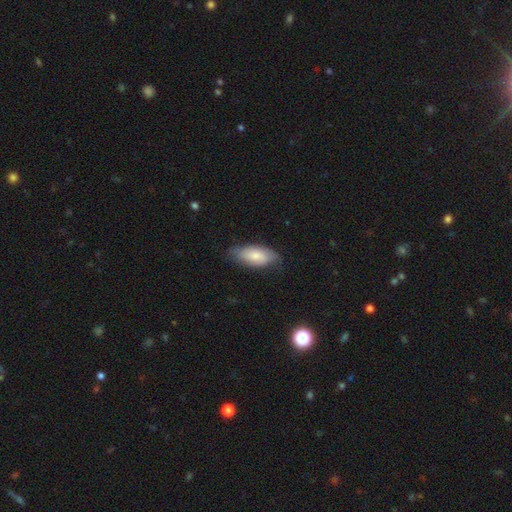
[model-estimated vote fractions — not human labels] This appears to be a smooth galaxy with no disk features (77%) that is in between round and cigar-shaped (87%). Merging: none (69%).